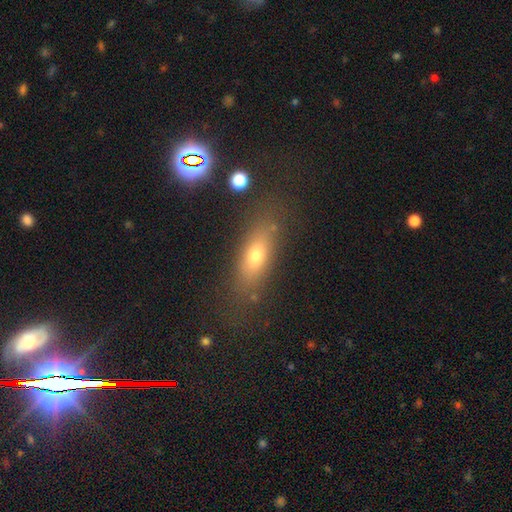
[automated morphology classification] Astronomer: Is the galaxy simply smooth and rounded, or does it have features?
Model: smooth — 59%.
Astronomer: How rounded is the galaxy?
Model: in between — 52% (runner-up: cigar-shaped, 40%).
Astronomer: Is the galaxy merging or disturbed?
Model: none — 75%.